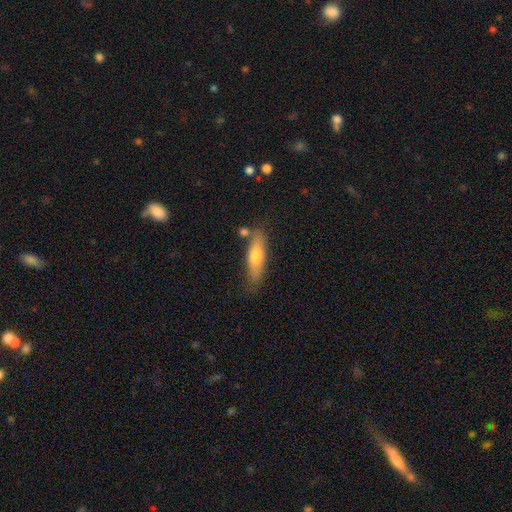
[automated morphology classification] This is likely a smooth galaxy (64%). How rounded: likely cigar-shaped (62%). Merging: likely none (73%).